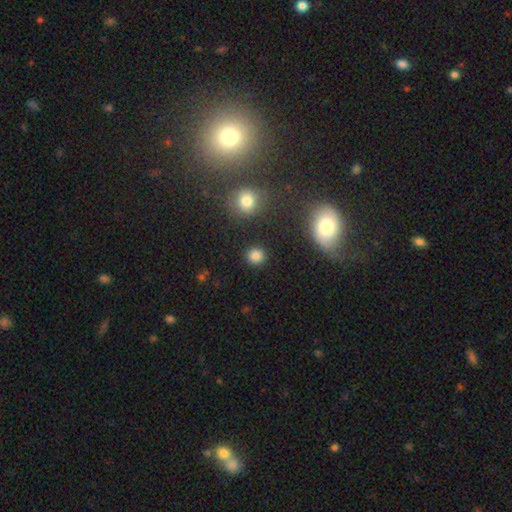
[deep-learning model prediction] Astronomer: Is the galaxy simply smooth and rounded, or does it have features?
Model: smooth — 83%.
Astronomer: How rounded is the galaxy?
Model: round — 90%.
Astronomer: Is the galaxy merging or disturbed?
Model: none — 89%.